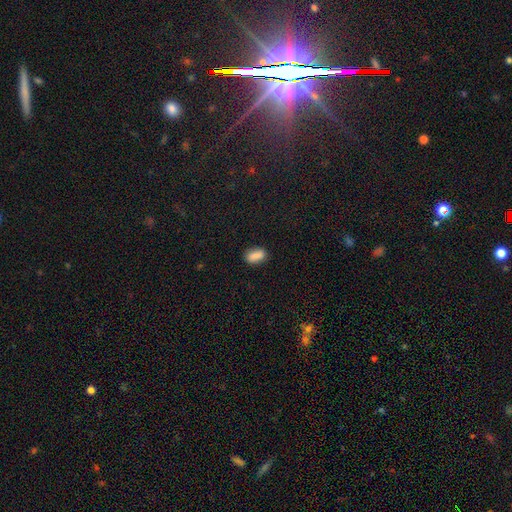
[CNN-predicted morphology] Smooth or featured?
  - smooth: 85% *
  - star or artifact: 8%
  - featured or disk: 6%
How rounded?
  - in between: 84% *
  - round: 8%
  - cigar-shaped: 7%
Merging?
  - none: 83% *
  - minor disturbance: 12%
  - major disturbance: 3%
  - merger: 2%